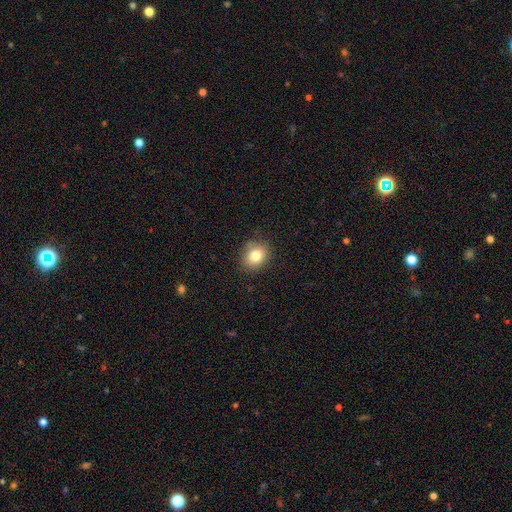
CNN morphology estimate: Smooth or featured? Predicted: smooth (p=0.82). How rounded? Predicted: round (p=0.58). Merging? Predicted: none (p=0.83).